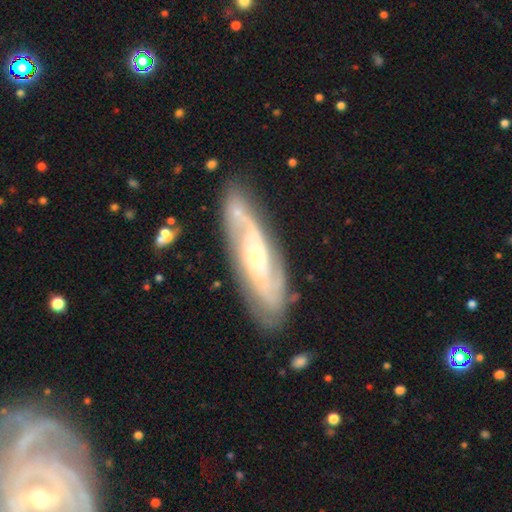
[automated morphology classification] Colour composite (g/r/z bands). It shows a featured or disk galaxy (83%) with no bar (56%), 2 (52%) tight (44%) spiral arms (95%) and a small central bulge (66%). Merging: none (79%).